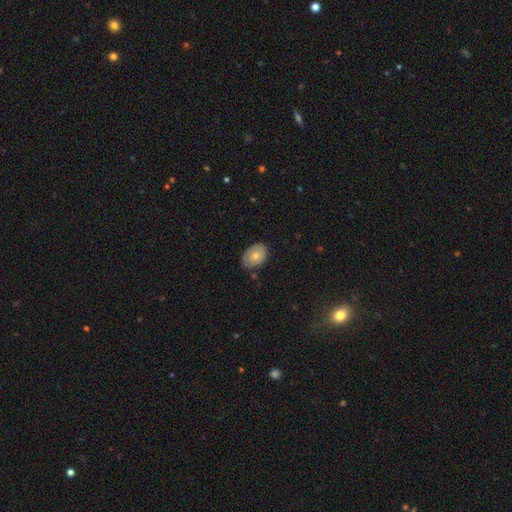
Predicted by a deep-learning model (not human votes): smooth-or-featured: smooth: 63% | featured or disk: 30% | star or artifact: 7%
  how-rounded: in between: 76% | round: 23% | cigar-shaped: 1%
  merging: none: 71% | minor disturbance: 23% | major disturbance: 5% | merger: 2%